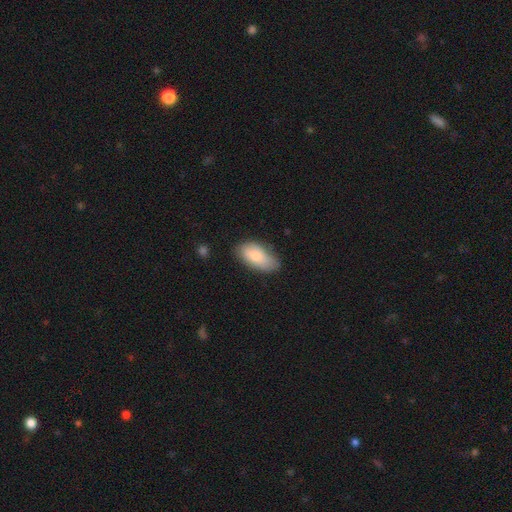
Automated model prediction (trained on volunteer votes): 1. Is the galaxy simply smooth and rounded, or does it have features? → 76% smooth, 18% featured or disk, 6% star or artifact.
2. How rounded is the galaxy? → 92% in between, 5% cigar-shaped, 3% round.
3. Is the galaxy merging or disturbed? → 64% none, 29% minor disturbance, 5% major disturbance, 2% merger.